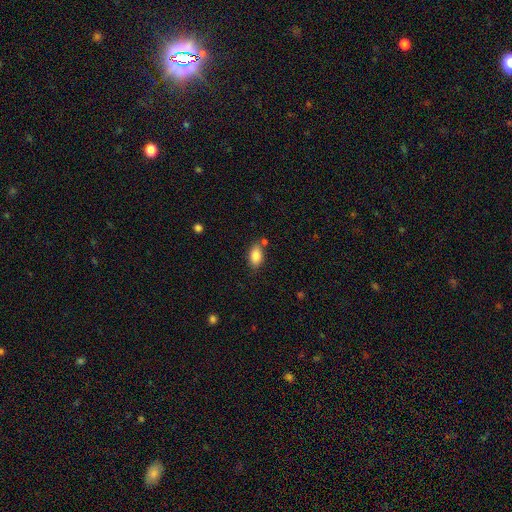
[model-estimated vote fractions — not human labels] Q: Smooth or featured?
A: smooth (86%); runner-up: star or artifact (8%)
Q: How rounded?
A: in between (91%); runner-up: round (6%)
Q: Merging?
A: none (76%); runner-up: minor disturbance (13%)